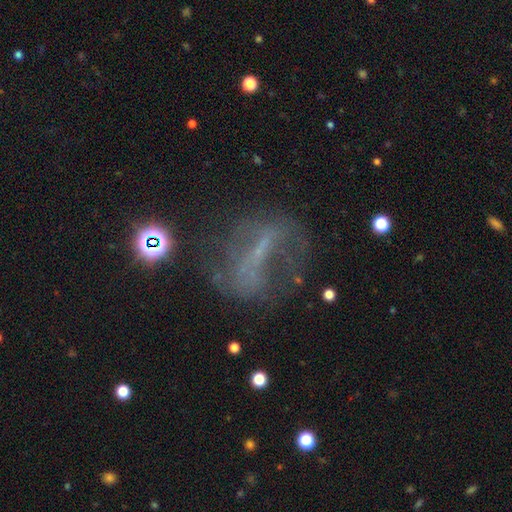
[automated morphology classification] This appears to be a featured or disk galaxy (54%). Merging: none (47%).